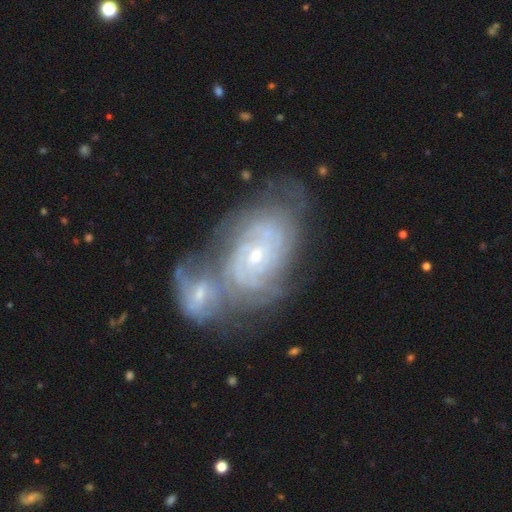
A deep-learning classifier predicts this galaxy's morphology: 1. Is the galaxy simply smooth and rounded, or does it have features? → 83% featured or disk, 10% smooth, 7% star or artifact.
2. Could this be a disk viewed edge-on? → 96% no, 4% yes.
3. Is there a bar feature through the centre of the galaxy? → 69% no, 24% weak, 7% strong.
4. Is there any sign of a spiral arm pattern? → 93% yes, 7% no.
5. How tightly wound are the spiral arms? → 75% tight, 20% medium, 5% loose.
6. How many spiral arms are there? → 48% can't tell, 19% 2, 11% 3, 8% 4, 7% more than 4, 5% 1.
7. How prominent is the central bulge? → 69% small, 27% moderate, 2% large, 1% none, 1% dominant.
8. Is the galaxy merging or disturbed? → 60% merger, 25% none, 10% minor disturbance, 6% major disturbance.